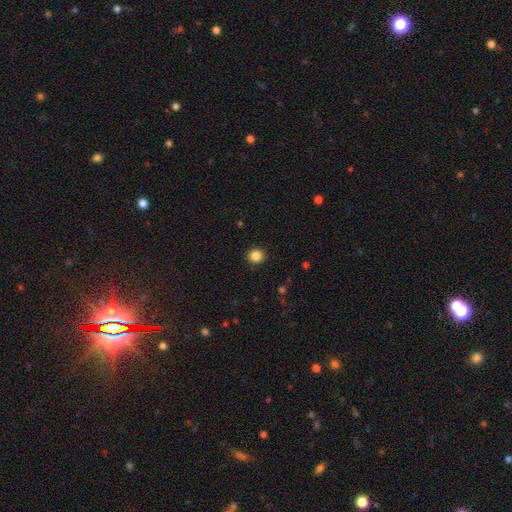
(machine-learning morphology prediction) The model was most divided on "smooth or featured": smooth: 86%, star or artifact: 11%, featured or disk: 4%. More confident: merging — none (92%); how rounded — round (90%).